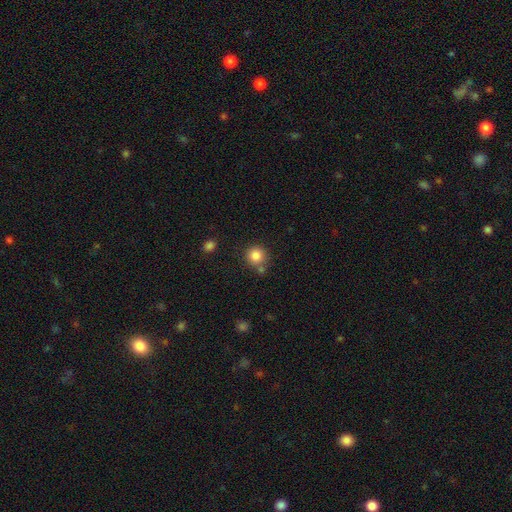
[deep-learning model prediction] This is clearly a smooth galaxy (84%). How rounded: clearly round (92%). Merging: likely none (69%).